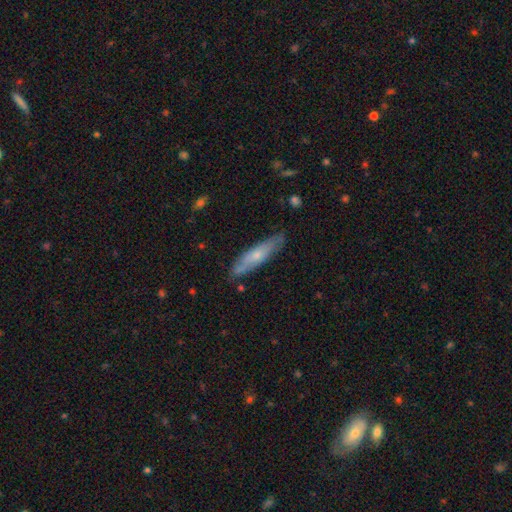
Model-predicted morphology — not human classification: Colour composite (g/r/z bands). It shows a smooth galaxy with no disk features (54%) that is cigar-shaped (81%). Merging: none (80%).